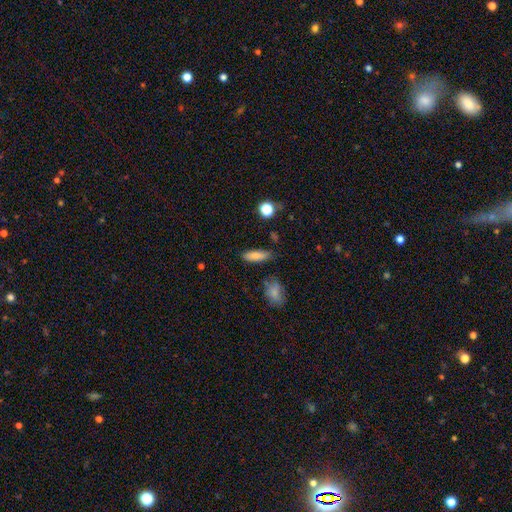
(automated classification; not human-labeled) Smooth or featured? smooth (82%)
How rounded? in between (53%)
Merging? none (78%)